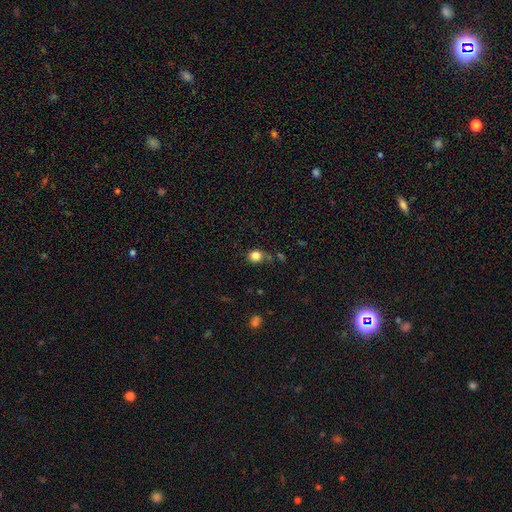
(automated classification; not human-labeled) A smooth galaxy with no disk features (82%) that is round (75%). Merging: none (59%).